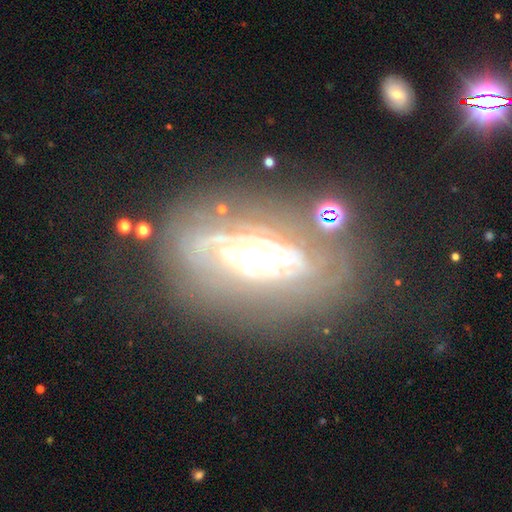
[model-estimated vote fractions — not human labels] This is likely a featured or disk galaxy (79%). It is clearly not viewed edge-on (81%). Bar: possibly no (56%). Spiral arm pattern: likely yes (74%). Central bulge: possibly large (51%). Merging: likely none (67%).